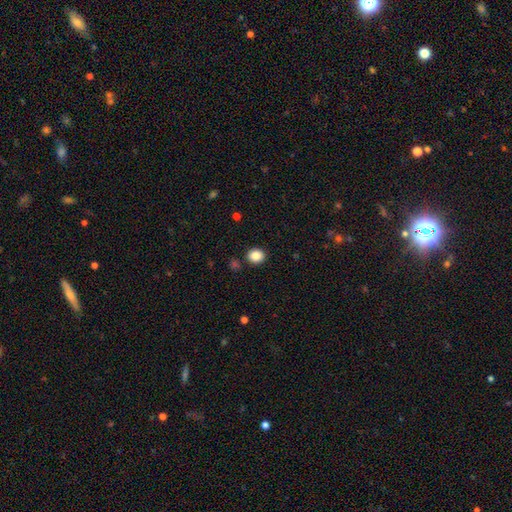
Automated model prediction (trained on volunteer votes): smooth-or-featured: smooth: 86% | star or artifact: 10% | featured or disk: 4%
  how-rounded: round: 74% | in between: 25% | cigar-shaped: 1%
  merging: none: 89% | minor disturbance: 7% | merger: 3% | major disturbance: 2%